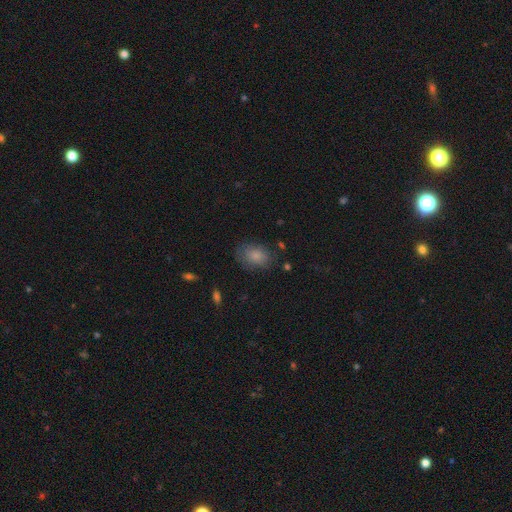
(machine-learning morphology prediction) Smooth or featured: smooth — 82% (featured or disk — 9%)
How rounded: in between — 78% (round — 21%)
Merging: none — 73% (minor disturbance — 19%)